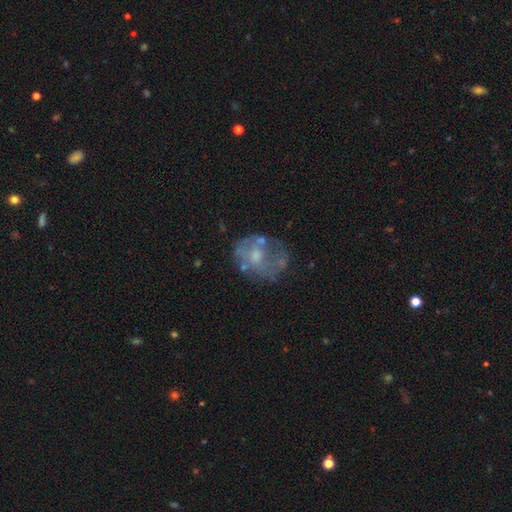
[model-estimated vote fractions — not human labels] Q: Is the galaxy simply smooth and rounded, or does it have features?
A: featured or disk — 59%.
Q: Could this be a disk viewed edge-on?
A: no — 97%.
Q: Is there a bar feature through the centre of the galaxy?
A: no — 82%.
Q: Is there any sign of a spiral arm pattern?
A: no — 76%.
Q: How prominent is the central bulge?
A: moderate — 47%.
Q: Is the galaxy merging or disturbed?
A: none — 50%.